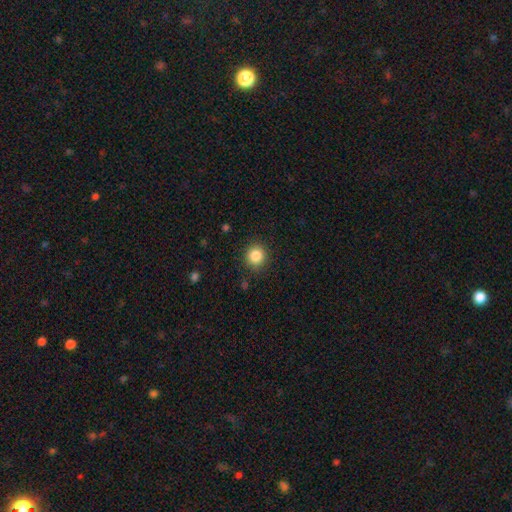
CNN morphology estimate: Smooth or featured?
  - smooth: 85% *
  - star or artifact: 10%
  - featured or disk: 5%
How rounded?
  - round: 91% *
  - in between: 8%
  - cigar-shaped: 1%
Merging?
  - none: 89% *
  - minor disturbance: 7%
  - major disturbance: 3%
  - merger: 1%